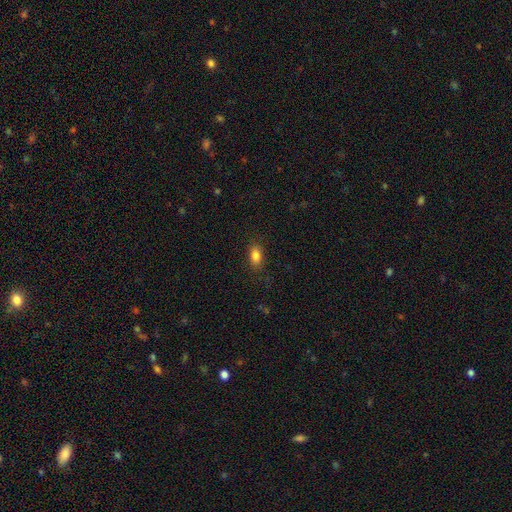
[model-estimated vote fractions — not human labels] This is clearly a smooth galaxy (84%). How rounded: clearly in between (87%). Merging: clearly none (85%).